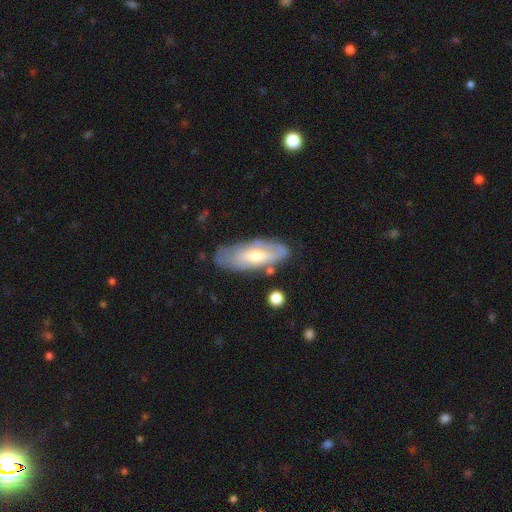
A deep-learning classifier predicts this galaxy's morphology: This appears to be a featured or disk galaxy (52%). Merging: none (66%).